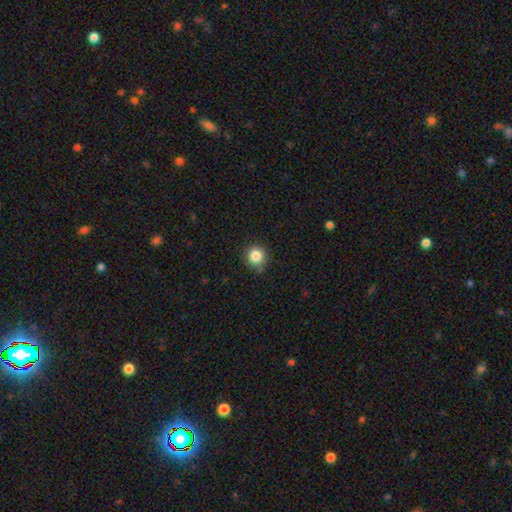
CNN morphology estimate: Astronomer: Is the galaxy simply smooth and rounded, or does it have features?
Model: smooth — 84%.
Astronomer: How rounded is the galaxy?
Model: round — 93%.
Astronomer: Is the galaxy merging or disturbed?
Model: none — 84%.